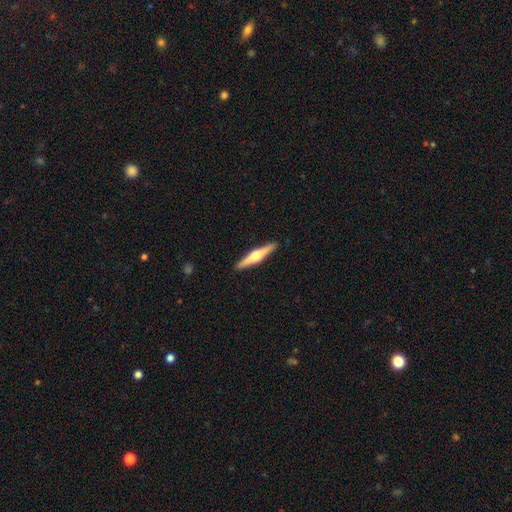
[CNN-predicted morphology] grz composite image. It shows a featured or disk galaxy (68%) viewed edge-on (98%) with a rounded central bulge (91%). Merging: none (92%).